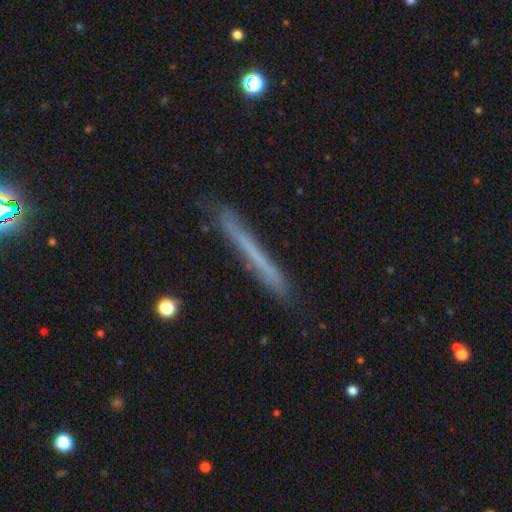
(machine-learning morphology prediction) Overall: smooth (47%; featured or disk 42%). Merging: none (84%).